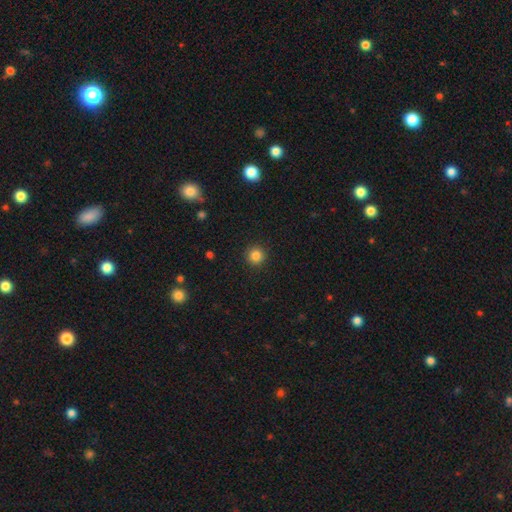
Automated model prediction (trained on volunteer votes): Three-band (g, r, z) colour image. It shows a smooth galaxy with no disk features (84%) that is round (95%). Merging: none (92%).